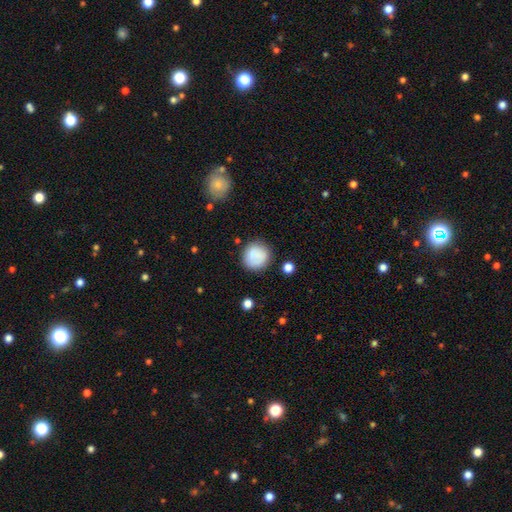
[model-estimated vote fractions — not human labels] This appears to be a smooth galaxy with no disk features (84%) that is round (91%). Merging: none (83%).